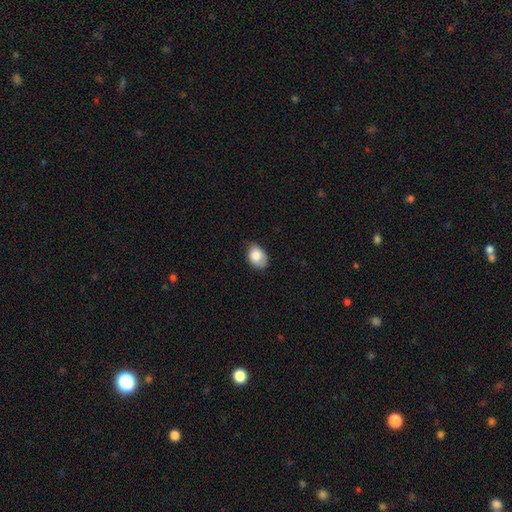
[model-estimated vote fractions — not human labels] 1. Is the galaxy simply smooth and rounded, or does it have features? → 81% smooth, 11% featured or disk, 7% star or artifact.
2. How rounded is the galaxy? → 80% in between, 19% round, 1% cigar-shaped.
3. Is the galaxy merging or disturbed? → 57% none, 35% minor disturbance, 7% major disturbance, 1% merger.